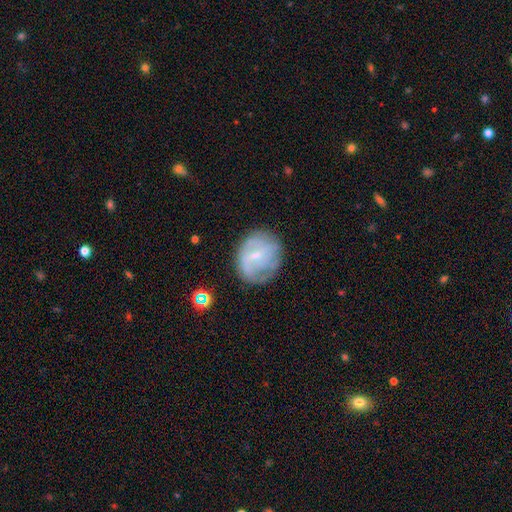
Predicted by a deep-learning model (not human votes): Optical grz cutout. It shows a featured or disk galaxy (61%) with no bar (45%, tied with weak), spiral arms (75%) and a small central bulge (71%). Merging: none (68%).